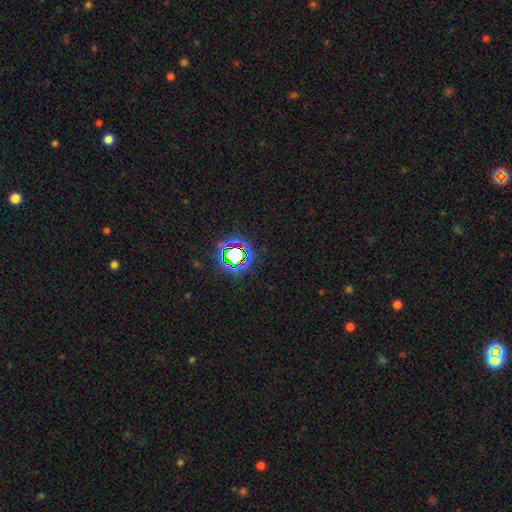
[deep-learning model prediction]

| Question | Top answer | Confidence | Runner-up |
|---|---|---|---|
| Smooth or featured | star or artifact | 77% | smooth (15%) |